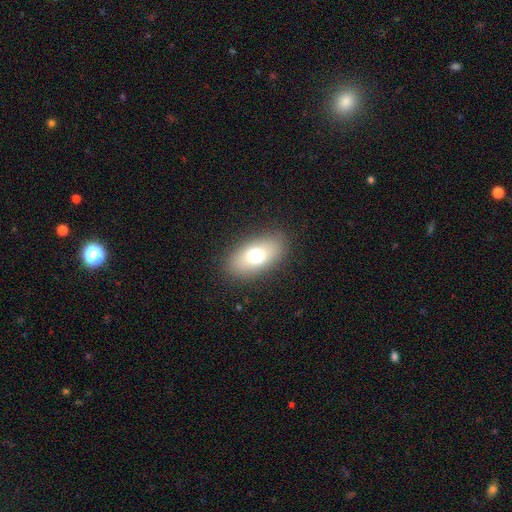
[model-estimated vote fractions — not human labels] smooth 72%, featured or disk 19%, star or artifact 10%. Down the decision tree: how rounded — in between (88%); merging — none (86%).